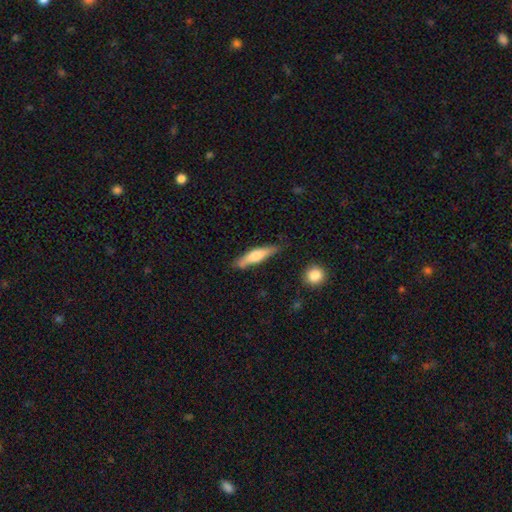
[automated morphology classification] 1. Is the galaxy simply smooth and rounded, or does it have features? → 60% smooth, 35% featured or disk, 6% star or artifact.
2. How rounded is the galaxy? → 77% cigar-shaped, 21% in between, 2% round.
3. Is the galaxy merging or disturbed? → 77% none, 17% minor disturbance, 3% major disturbance, 2% merger.